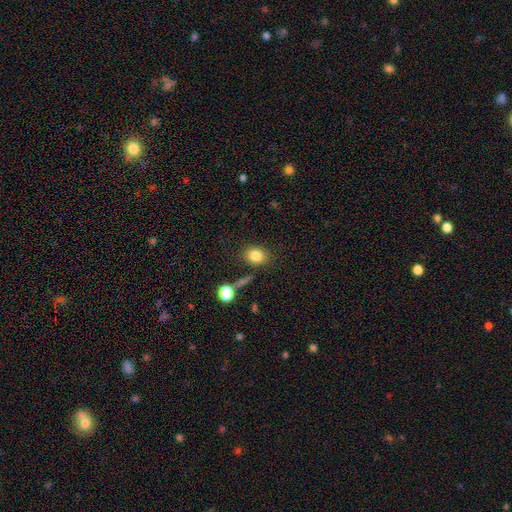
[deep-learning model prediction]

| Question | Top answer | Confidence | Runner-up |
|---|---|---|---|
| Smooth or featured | smooth | 82% | star or artifact (10%) |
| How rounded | round | 53% | in between (45%) |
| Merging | none | 75% | minor disturbance (13%) |